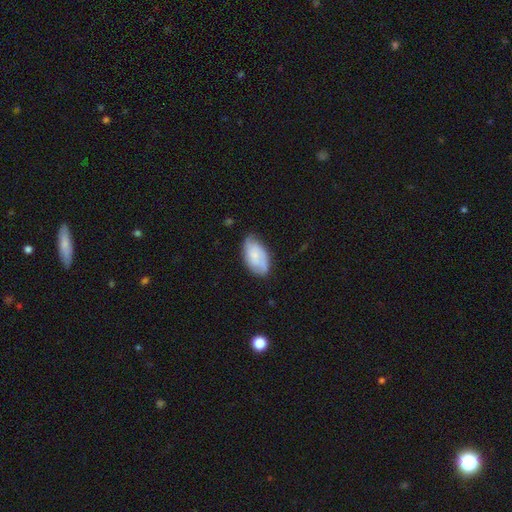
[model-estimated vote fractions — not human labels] Smooth or featured: smooth — 59% (featured or disk — 34%)
How rounded: in between — 94% (round — 4%)
Merging: none — 66% (minor disturbance — 27%)